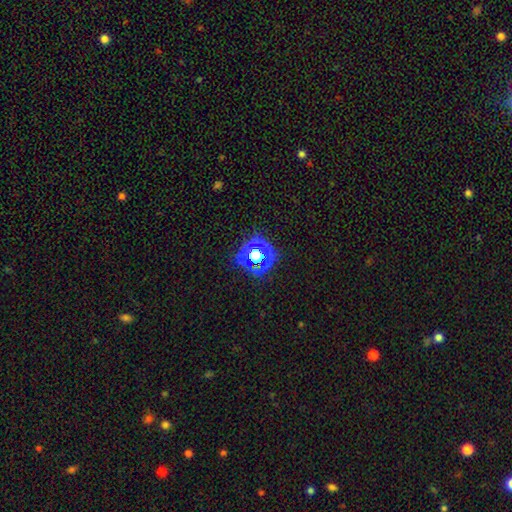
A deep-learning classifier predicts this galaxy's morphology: smooth-or-featured: star or artifact: 59% | smooth: 30% | featured or disk: 11%